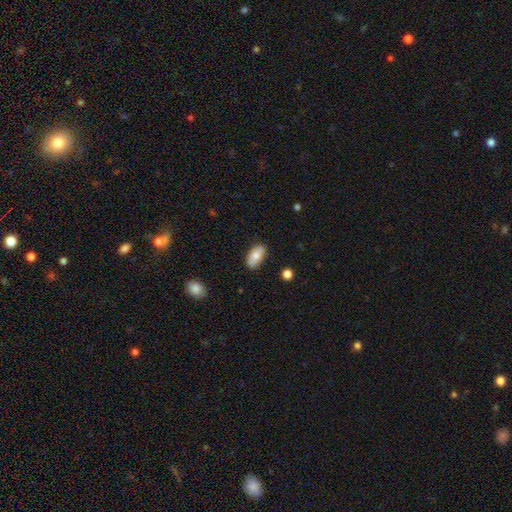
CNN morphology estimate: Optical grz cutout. It shows a smooth galaxy with no disk features (76%) that is in between round and cigar-shaped (92%). Merging: none (81%).